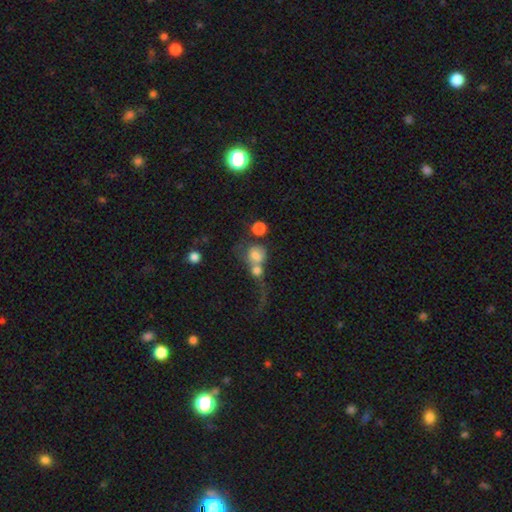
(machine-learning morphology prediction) Smooth or featured? Predicted: smooth (p=0.67). How rounded? Predicted: round (p=0.74). Merging? Predicted: merger (p=0.60).